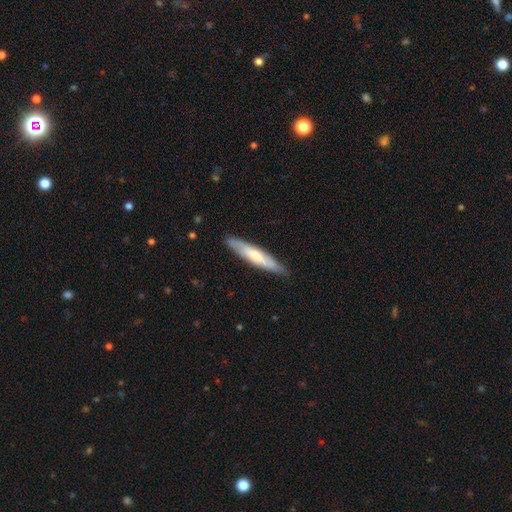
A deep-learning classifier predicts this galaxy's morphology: This appears to be a smooth galaxy with no disk features (55%) that is cigar-shaped (86%). Merging: none (86%).